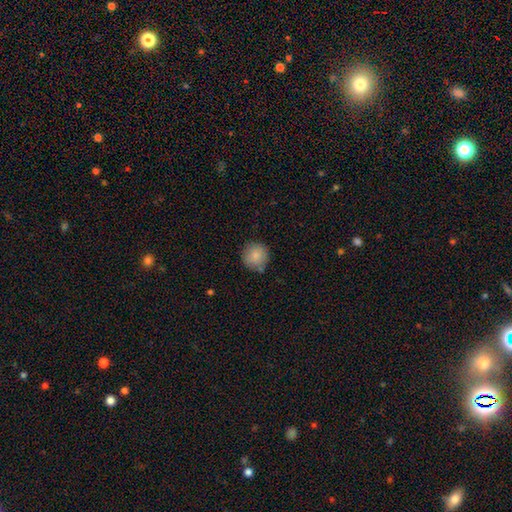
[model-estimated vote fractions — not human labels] Morphology: type=smooth (86%); roundness=round (93%); merging=none (82%).